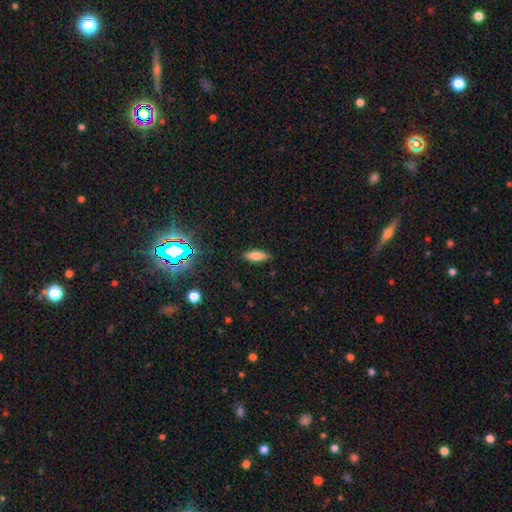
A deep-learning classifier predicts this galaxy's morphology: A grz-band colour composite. It shows a smooth galaxy with no disk features (73%) that is in between round and cigar-shaped (64%). Merging: none (87%).